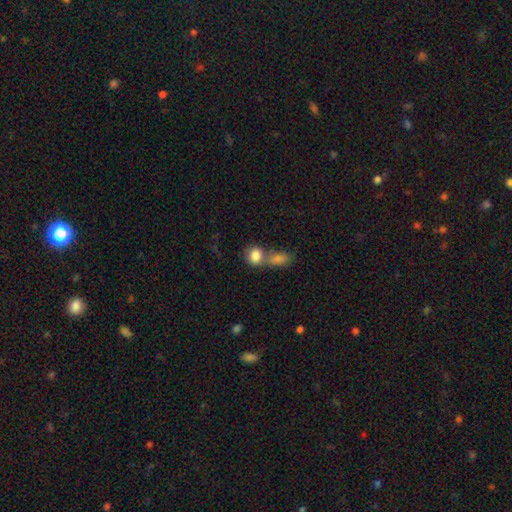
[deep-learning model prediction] Smooth or featured?
  - smooth: 83% *
  - featured or disk: 8%
  - star or artifact: 8%
How rounded?
  - round: 61% *
  - in between: 37%
  - cigar-shaped: 2%
Merging?
  - merger: 52% *
  - none: 35%
  - minor disturbance: 8%
  - major disturbance: 4%